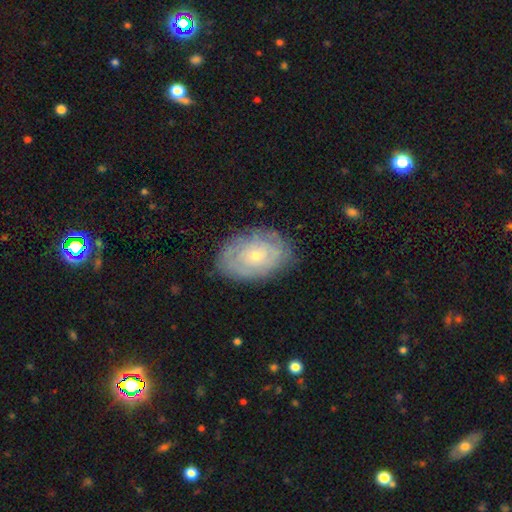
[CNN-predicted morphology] The model was most divided on "smooth or featured": featured or disk: 63%, smooth: 30%, star or artifact: 6%. More confident: edge-on disk — no (95%); bar — no (84%); merging — none (79%); bulge size — small (74%); spiral arms — yes (70%).